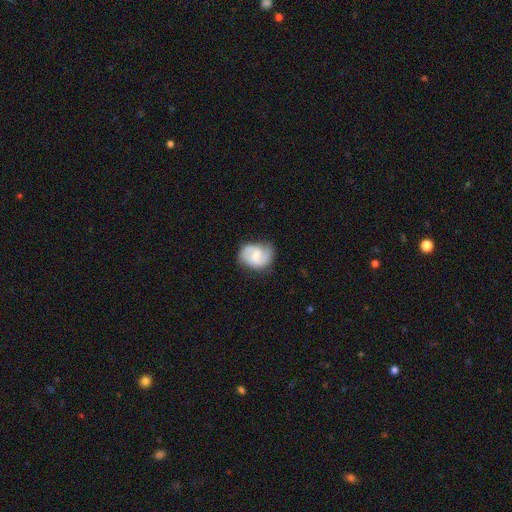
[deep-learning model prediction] Smooth or featured: featured or disk — 65% (smooth — 29%)
Edge-on disk: no — 98% (yes — 2%)
Bar: weak — 56% (no — 30%)
Spiral arms: yes — 91% (no — 9%)
Spiral winding: medium — 48% (loose — 28%)
Spiral arm count: 2 — 84% (can't tell — 8%)
Bulge size: small — 46% (moderate — 41%)
Merging: none — 68% (minor disturbance — 24%)